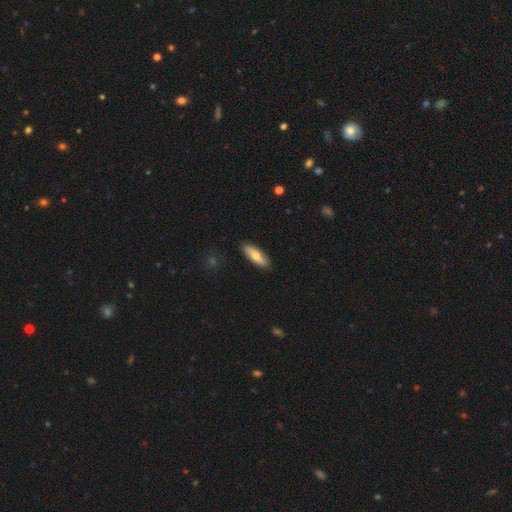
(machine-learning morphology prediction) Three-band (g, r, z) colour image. It shows a smooth galaxy with no disk features (73%) that is in between round and cigar-shaped (55%). Merging: none (87%).